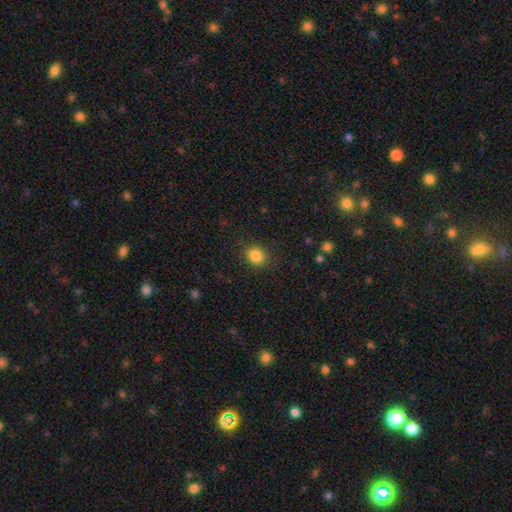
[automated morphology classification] Smooth or featured: smooth — 85% (star or artifact — 11%)
How rounded: round — 71% (in between — 28%)
Merging: none — 87% (minor disturbance — 9%)